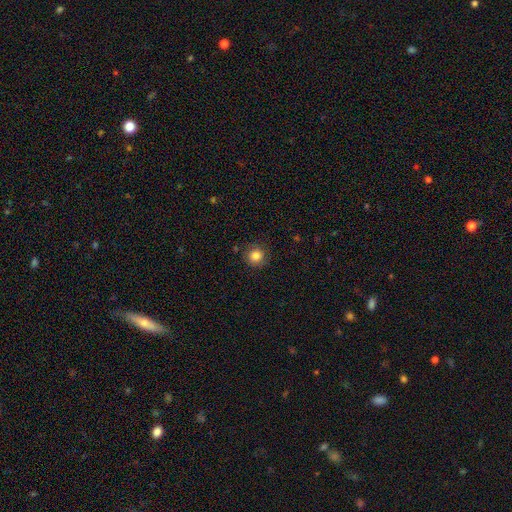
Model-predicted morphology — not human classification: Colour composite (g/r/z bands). It shows a smooth galaxy with no disk features (83%) that is round (92%). Merging: none (85%).